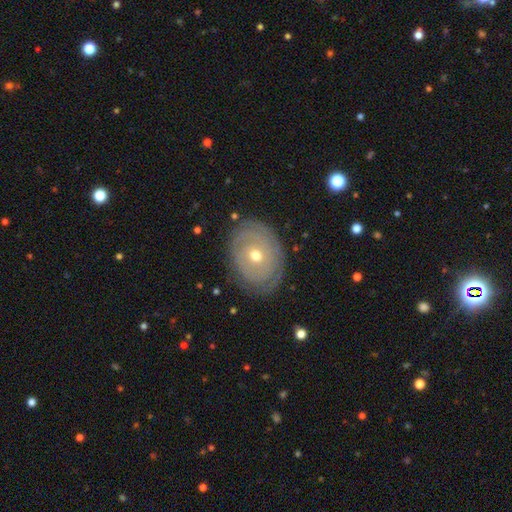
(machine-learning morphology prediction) A featured or disk galaxy (64%) with no bar (82%), spiral arms (63%) and a moderate central bulge (54%). Merging: none (79%).